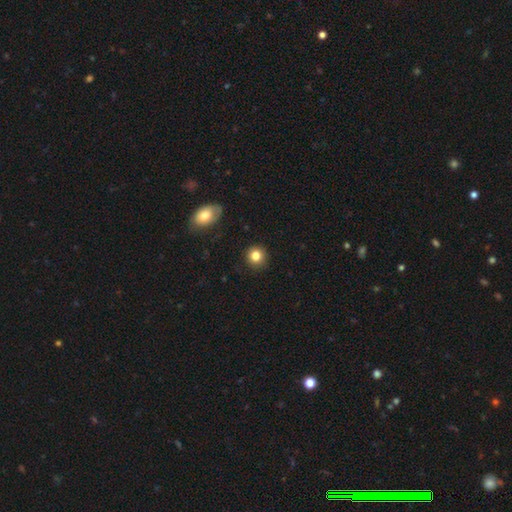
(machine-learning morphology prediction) smooth_or_featured: smooth (p=0.83) [alt: star or artifact p=0.11]
how_rounded: round (p=0.90) [alt: in between p=0.09]
merging: none (p=0.90) [alt: minor disturbance p=0.07]